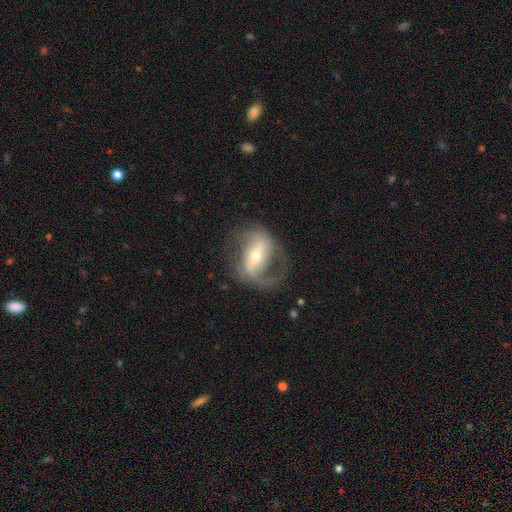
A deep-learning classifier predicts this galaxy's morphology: smooth-or-featured: featured or disk: 82% | smooth: 11% | star or artifact: 6%
  disk-edge-on: no: 95% | yes: 5%
    bar: strong: 48% | weak: 33% | no: 20%
    has-spiral-arms: yes: 90% | no: 10%
      spiral-winding: loose: 45% | medium: 41% | tight: 13%
      spiral-arm-count: 2: 75% | 1: 17% | can't tell: 5% | 3: 1% | 4: 1% | more than 4: 1%
    bulge-size: moderate: 48% | small: 47% | large: 3% | dominant: 1% | none: 1%
  merging: none: 61% | major disturbance: 19% | minor disturbance: 18% | merger: 2%